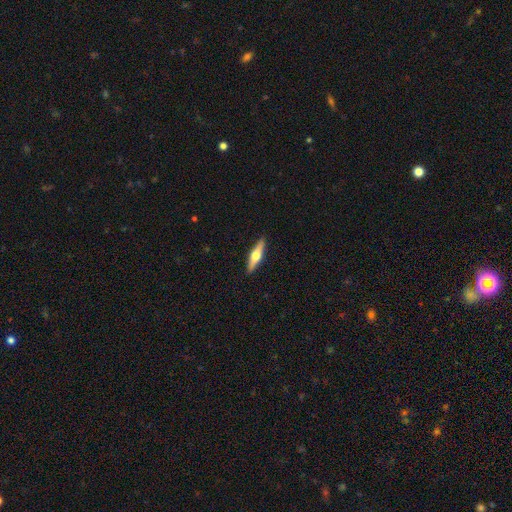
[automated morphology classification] Q: Smooth or featured?
A: featured or disk (62%); runner-up: smooth (33%)
Q: Edge-on disk?
A: yes (96%); runner-up: no (4%)
Q: Edge-on bulge?
A: rounded (94%); runner-up: boxy (4%)
Q: Merging?
A: none (91%); runner-up: minor disturbance (7%)